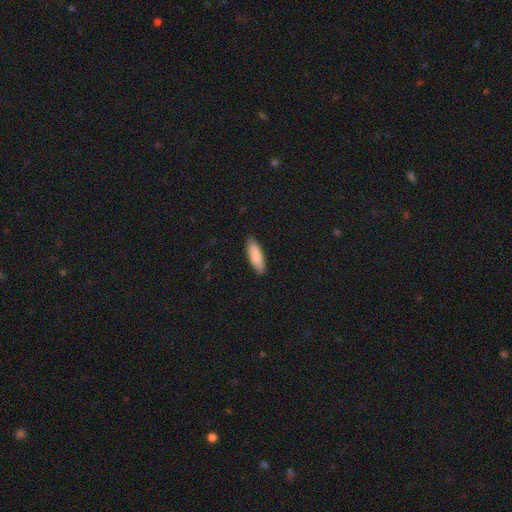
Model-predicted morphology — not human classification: This appears to be a smooth galaxy with no disk features (88%) that is in between round and cigar-shaped (51%). Merging: none (89%).